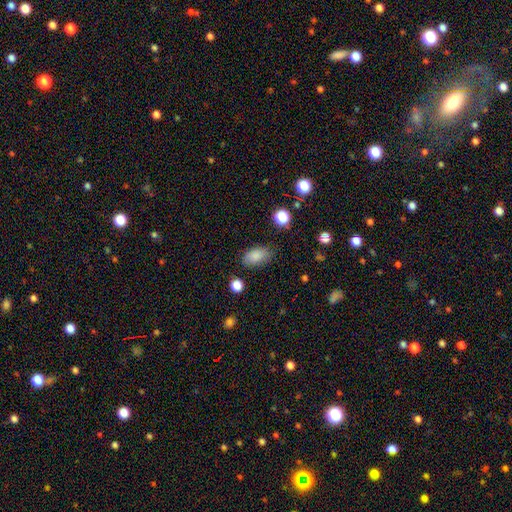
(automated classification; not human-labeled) smooth_or_featured: smooth (p=0.86) [alt: star or artifact p=0.09]
how_rounded: in between (p=0.91) [alt: round p=0.05]
merging: none (p=0.79) [alt: minor disturbance p=0.15]